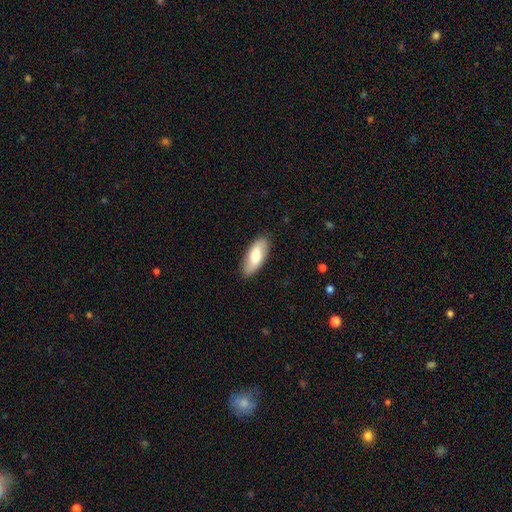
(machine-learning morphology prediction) This appears to be a smooth galaxy with no disk features (74%) that is in between round and cigar-shaped (79%). Merging: none (87%).